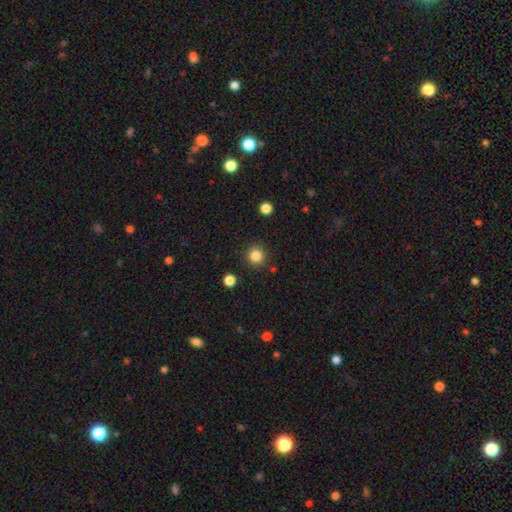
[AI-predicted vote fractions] This appears to be a smooth galaxy with no disk features (84%) that is round (94%). Merging: none (90%).